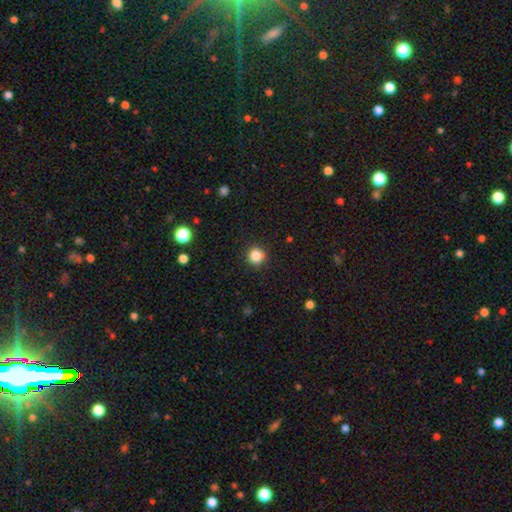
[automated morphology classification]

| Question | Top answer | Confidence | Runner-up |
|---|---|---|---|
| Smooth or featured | smooth | 83% | star or artifact (12%) |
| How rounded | round | 90% | in between (9%) |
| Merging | none | 86% | minor disturbance (9%) |